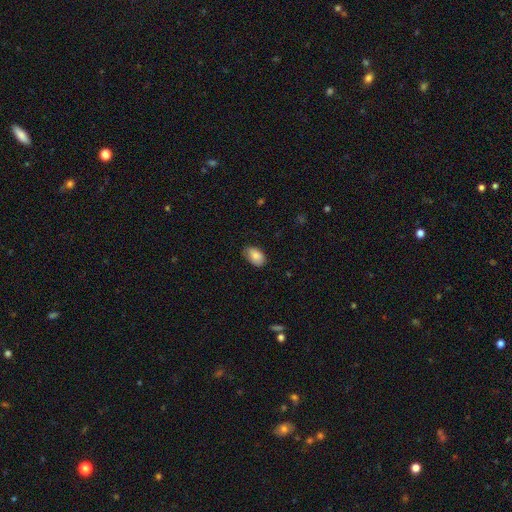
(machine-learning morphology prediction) The model was most divided on "merging": none: 74%, minor disturbance: 22%, major disturbance: 4%, merger: 1%. More confident: how rounded — in between (92%); smooth or featured — smooth (85%).